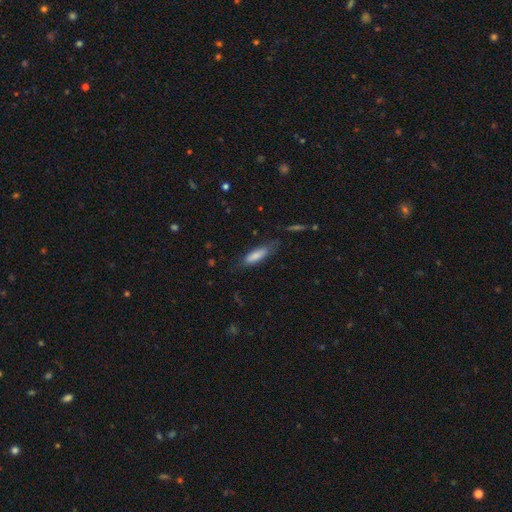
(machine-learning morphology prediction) A smooth galaxy with no disk features (78%) that is cigar-shaped (54%). Merging: none (62%).